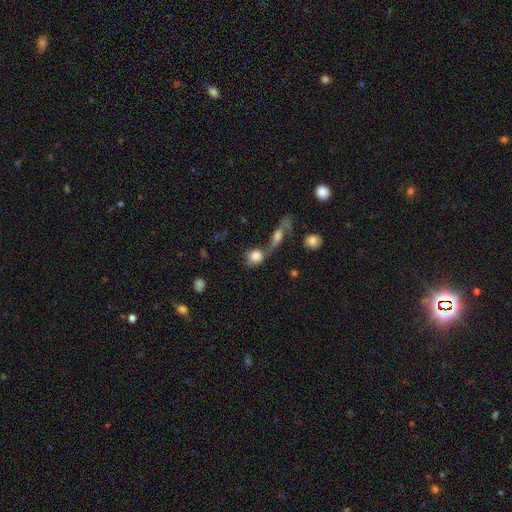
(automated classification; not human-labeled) Overall: smooth (77%). How rounded: round (65%; in between 32%). Merging: merger (49%; none 29%).